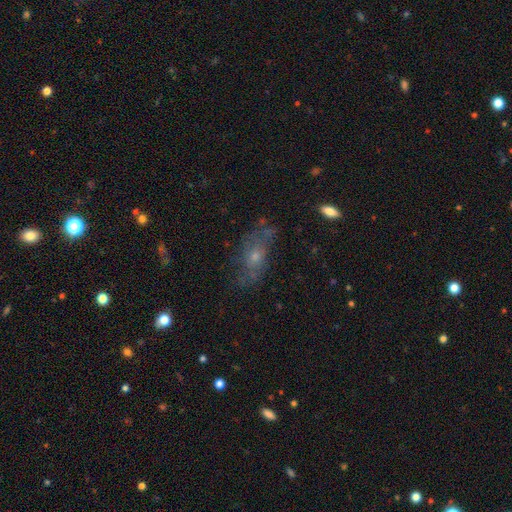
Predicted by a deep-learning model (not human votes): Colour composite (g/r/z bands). It shows a featured or disk galaxy (45%). Merging: none (58%).